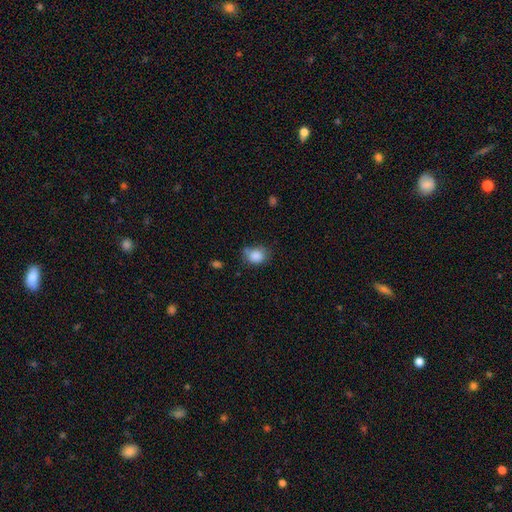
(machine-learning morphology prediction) Q: Smooth or featured?
A: smooth (86%); runner-up: star or artifact (9%)
Q: How rounded?
A: round (58%); runner-up: in between (41%)
Q: Merging?
A: none (59%); runner-up: minor disturbance (26%)